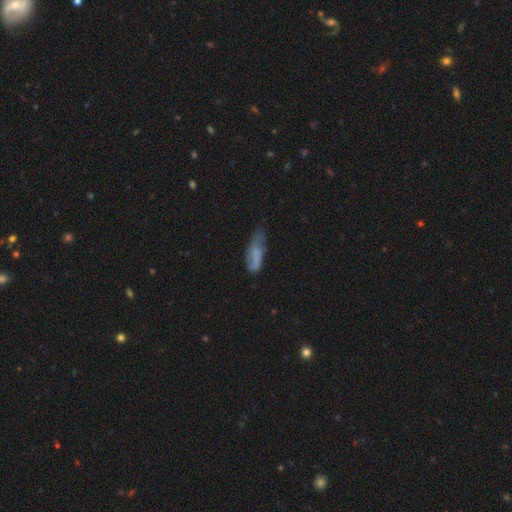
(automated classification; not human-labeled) A smooth galaxy with no disk features (58%) that is in between round and cigar-shaped (66%).

Vote fractions:
- Smooth or featured? smooth: 58% / featured or disk: 33% / star or artifact: 9%
- How rounded? in between: 66% / cigar-shaped: 31% / round: 2%
- Merging? minor disturbance: 38% / none: 35% / major disturbance: 23% / merger: 4%